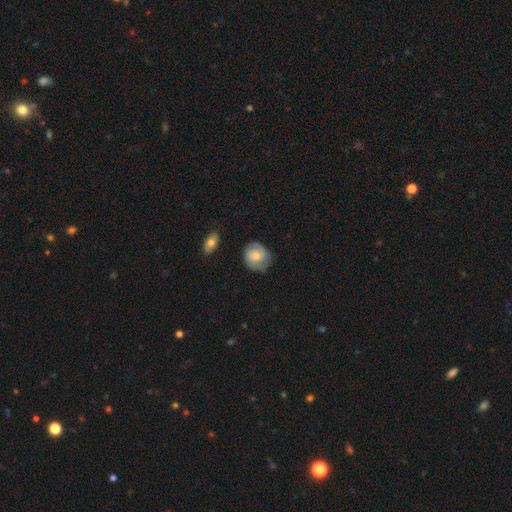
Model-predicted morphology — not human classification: Overall: smooth (56%; featured or disk 37%). How rounded: round (77%). Merging: none (74%).